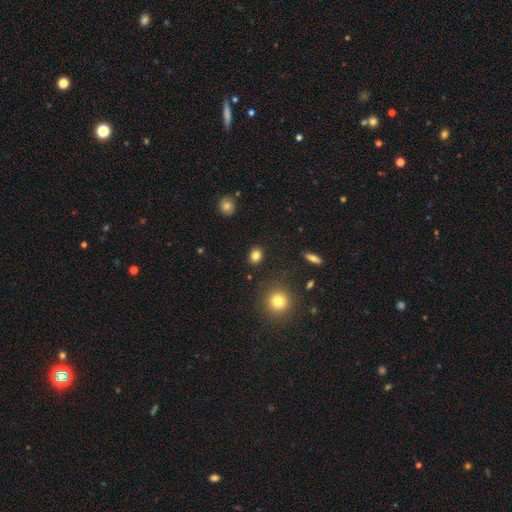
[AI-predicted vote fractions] This appears to be a smooth galaxy with no disk features (82%) that is in between round and cigar-shaped (52%). Merging: none (87%).